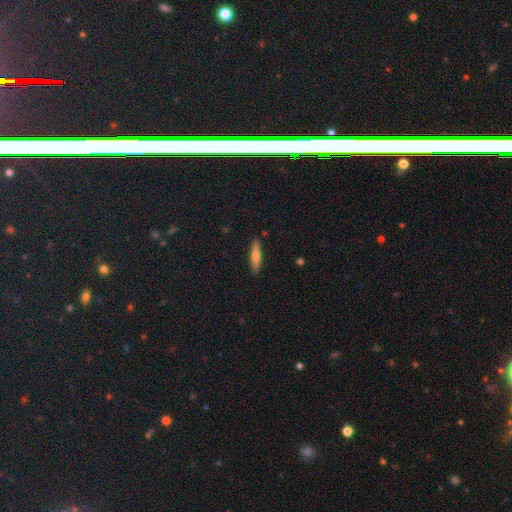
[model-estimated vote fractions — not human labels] This appears to be a smooth galaxy with no disk features (62%) that is cigar-shaped (80%). Merging: none (88%).